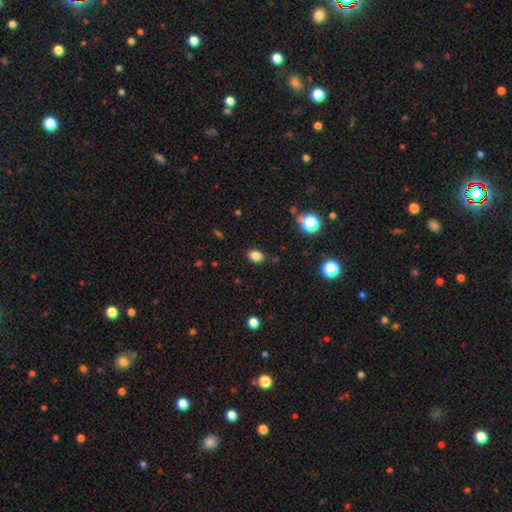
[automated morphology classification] Smooth or featured? Predicted: smooth (p=0.82). How rounded? Predicted: in between (p=0.72). Merging? Predicted: none (p=0.85).